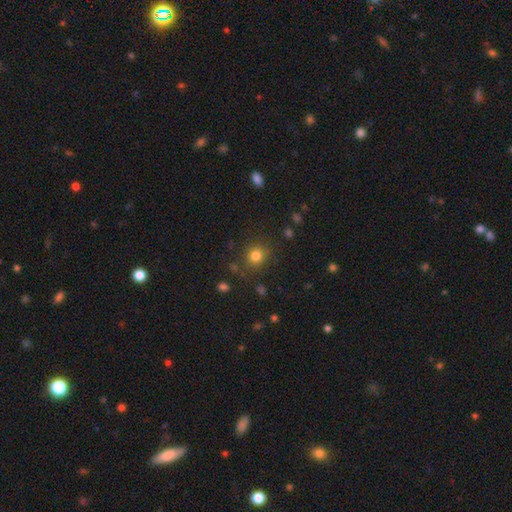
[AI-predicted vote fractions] smooth_or_featured: smooth (p=0.80) [alt: star or artifact p=0.14]
how_rounded: round (p=0.89) [alt: in between p=0.10]
merging: none (p=0.83) [alt: minor disturbance p=0.09]